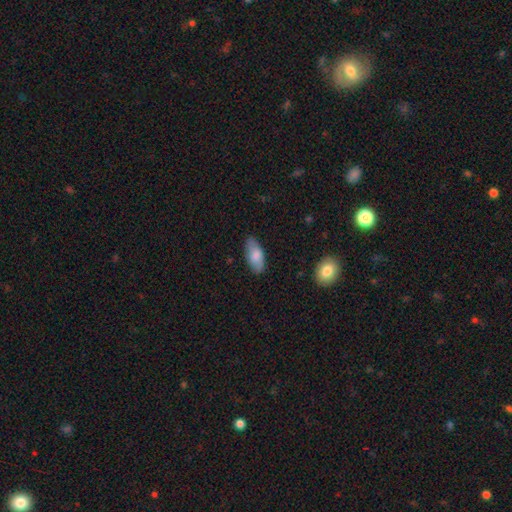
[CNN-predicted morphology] Overall: smooth (79%). How rounded: in between (88%). Merging: none (81%).